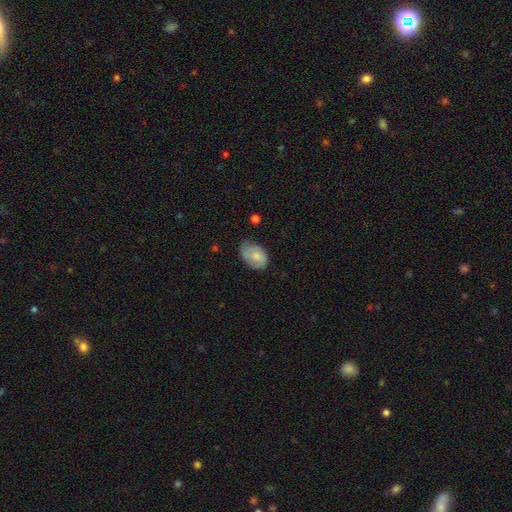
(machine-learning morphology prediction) Overall: smooth (72%). How rounded: in between (86%). Merging: none (52%; minor disturbance 37%).